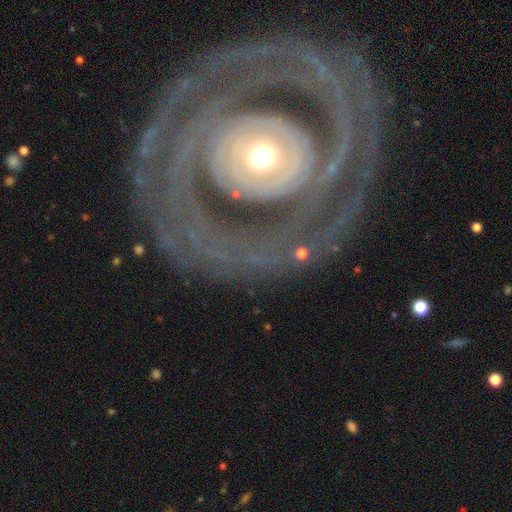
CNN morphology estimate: A featured or disk galaxy (85%) with no bar (74%), tight (77%) spiral arms (84%) and a moderate central bulge (61%). Merging: none (76%).